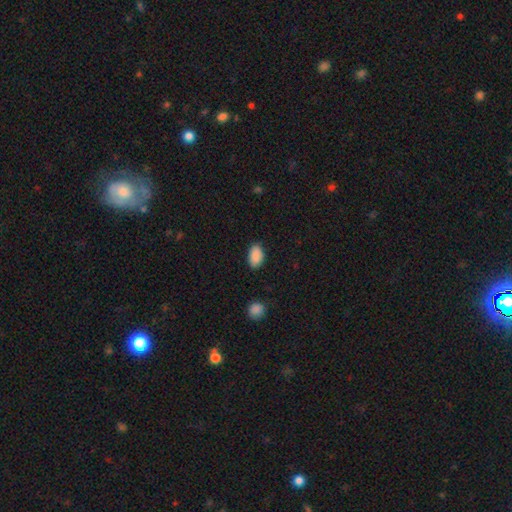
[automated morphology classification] smooth_or_featured: smooth (p=0.89) [alt: star or artifact p=0.07]
how_rounded: in between (p=0.92) [alt: round p=0.07]
merging: none (p=0.84) [alt: minor disturbance p=0.12]